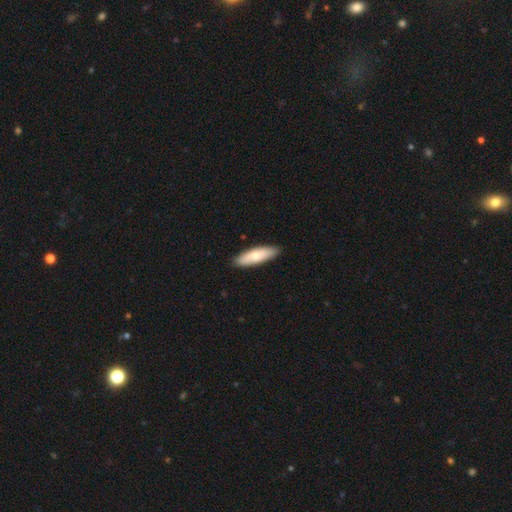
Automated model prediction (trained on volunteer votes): Q: Smooth or featured?
A: smooth (71%); runner-up: featured or disk (23%)
Q: How rounded?
A: cigar-shaped (54%); runner-up: in between (44%)
Q: Merging?
A: none (88%); runner-up: minor disturbance (9%)